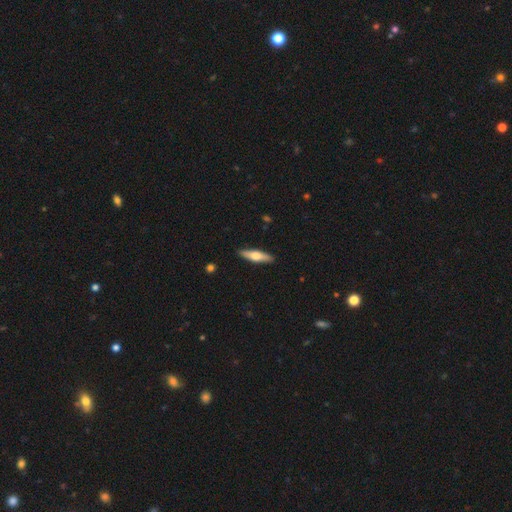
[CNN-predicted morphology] This is possibly a featured or disk galaxy (47%, tied with smooth). Merging: clearly none (90%).